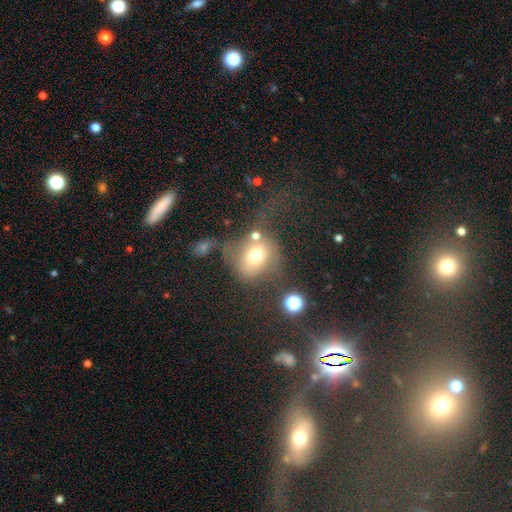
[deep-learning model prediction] This appears to be a smooth galaxy with no disk features (63%) that is round (67%). Merging: major disturbance (33%).